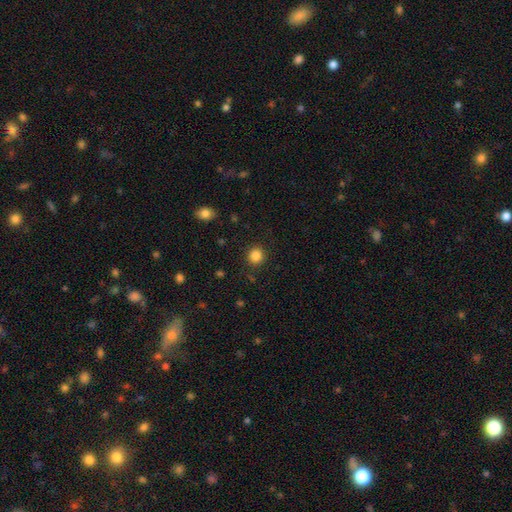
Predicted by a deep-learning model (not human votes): Smooth or featured? Predicted: smooth (p=0.85). How rounded? Predicted: round (p=0.92). Merging? Predicted: none (p=0.90).